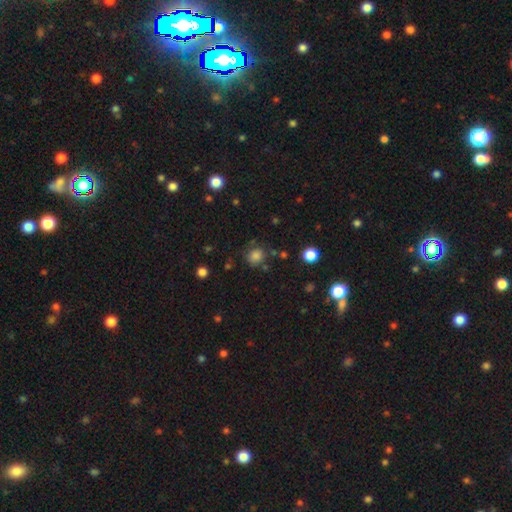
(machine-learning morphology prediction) smooth 80%, star or artifact 14%, featured or disk 6%. Down the decision tree: how rounded — round (79%); merging — none (72%).